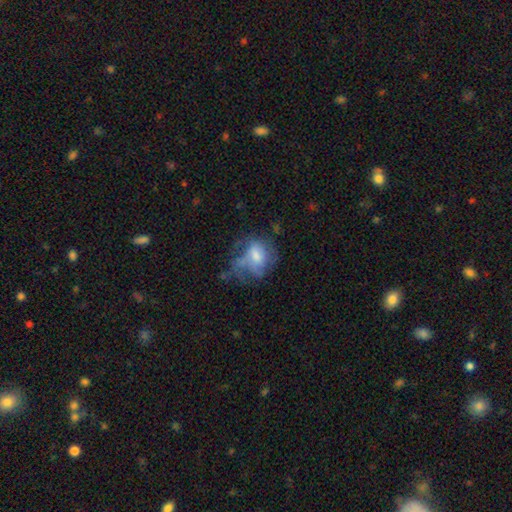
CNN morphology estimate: Smooth or featured? featured or disk (46%)
Merging? major disturbance (39%)